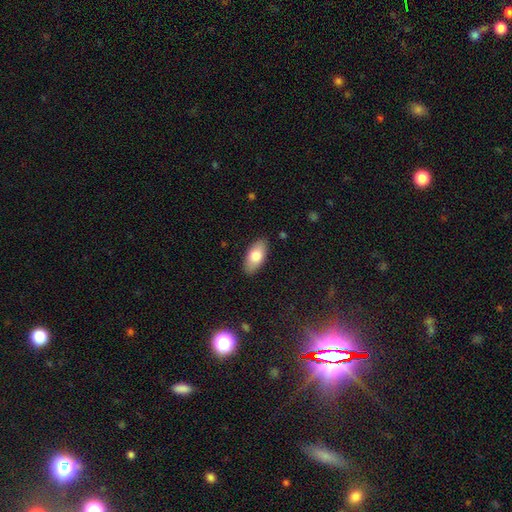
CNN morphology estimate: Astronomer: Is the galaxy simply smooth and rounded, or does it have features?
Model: smooth — 76%.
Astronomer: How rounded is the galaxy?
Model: in between — 92%.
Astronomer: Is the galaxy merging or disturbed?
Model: none — 87%.